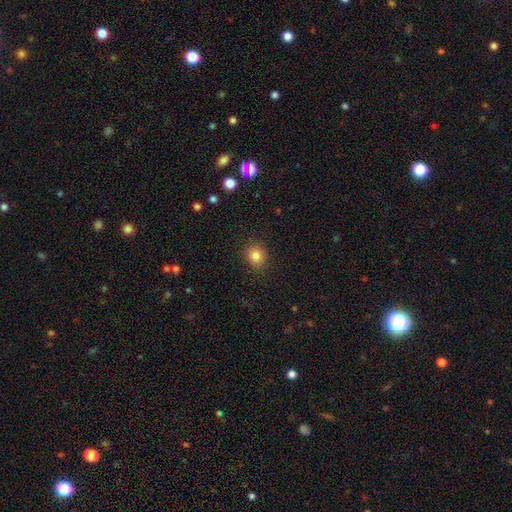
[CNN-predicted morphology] Smooth or featured? smooth (83%)
How rounded? round (76%)
Merging? none (88%)